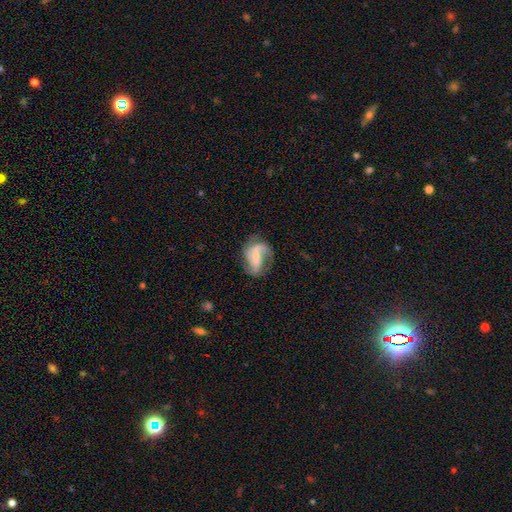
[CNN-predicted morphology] Q: Smooth or featured?
A: featured or disk (78%); runner-up: smooth (16%)
Q: Edge-on disk?
A: no (97%); runner-up: yes (3%)
Q: Bar?
A: weak (42%); runner-up: strong (32%)
Q: Spiral arms?
A: yes (93%); runner-up: no (7%)
Q: Spiral winding?
A: medium (45%); runner-up: loose (37%)
Q: Spiral arm count?
A: 2 (57%); runner-up: 3 (21%)
Q: Bulge size?
A: small (55%); runner-up: moderate (32%)
Q: Merging?
A: none (56%); runner-up: minor disturbance (23%)